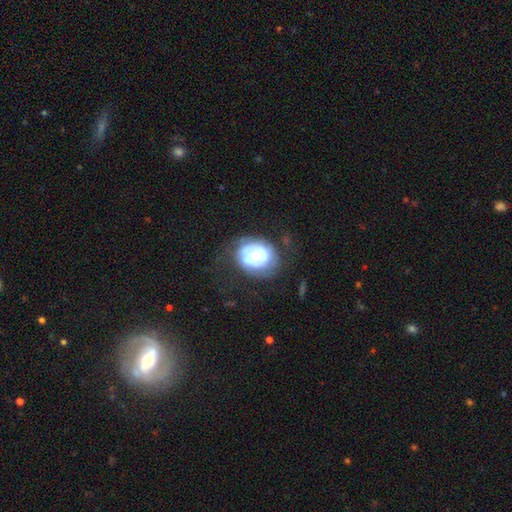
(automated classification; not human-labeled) The model was most divided on "bulge size": moderate: 49%, small: 44%, large: 4%, none: 2%, dominant: 1%. More confident: edge-on disk — no (97%); spiral arms — yes (71%); smooth or featured — featured or disk (69%); bar — no (63%); merging — none (60%).